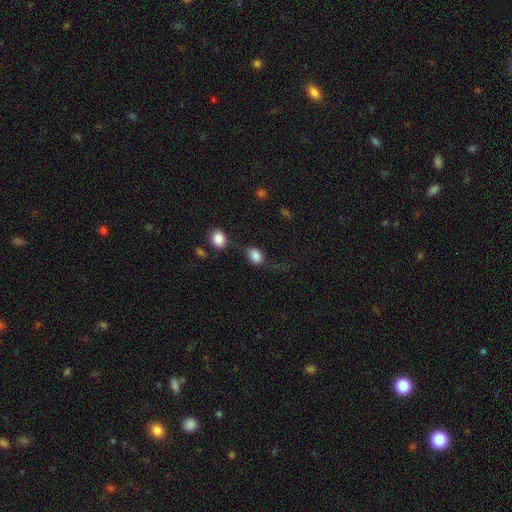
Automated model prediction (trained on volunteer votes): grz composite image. It shows a smooth galaxy with no disk features (82%) that is in between round and cigar-shaped (61%). Merging: none (47%).